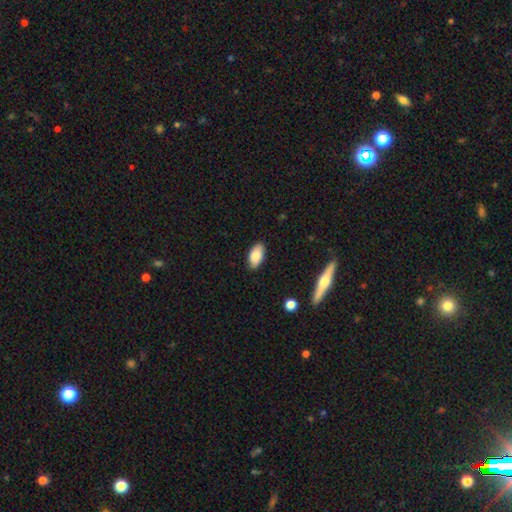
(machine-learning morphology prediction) type=smooth (85%); roundness=in between (93%); merging=none (86%).